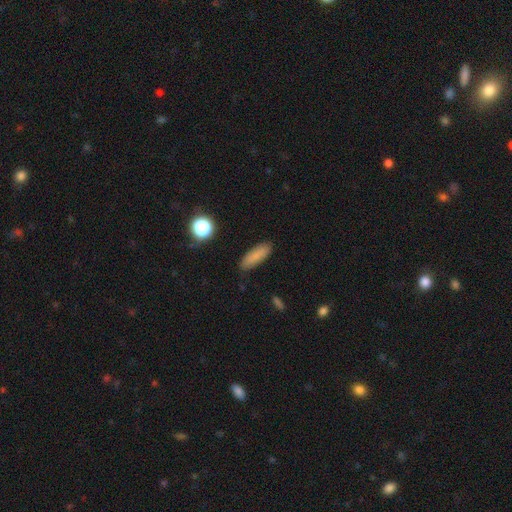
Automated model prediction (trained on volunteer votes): smooth-or-featured: smooth: 83% | star or artifact: 9% | featured or disk: 9%
  how-rounded: in between: 51% | cigar-shaped: 46% | round: 3%
  merging: none: 87% | minor disturbance: 10% | major disturbance: 2% | merger: 1%